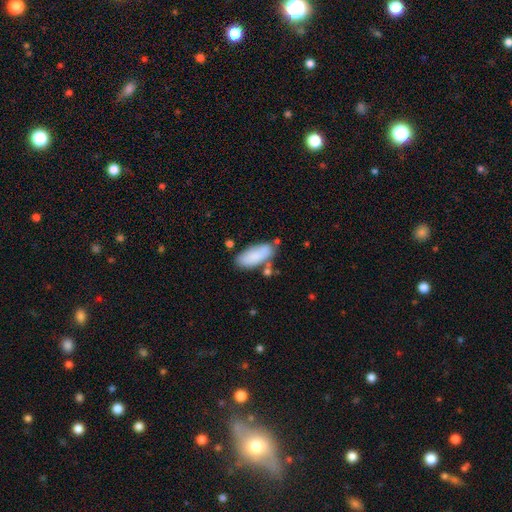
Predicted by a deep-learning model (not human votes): Smooth or featured?
  - smooth: 84% *
  - featured or disk: 10%
  - star or artifact: 6%
How rounded?
  - in between: 84% *
  - cigar-shaped: 14%
  - round: 2%
Merging?
  - none: 65% *
  - minor disturbance: 19%
  - merger: 10%
  - major disturbance: 5%